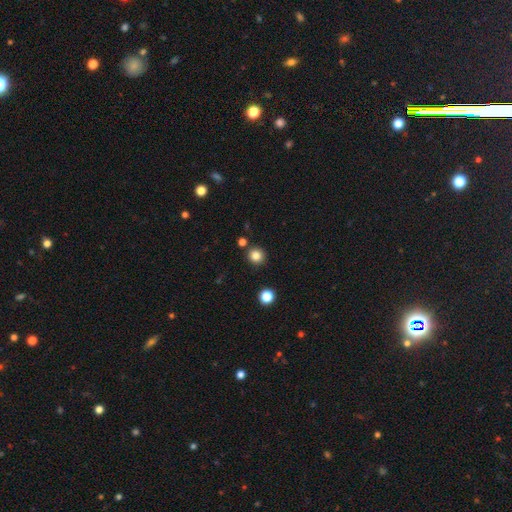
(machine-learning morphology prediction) Smooth or featured? Predicted: smooth (p=0.83). How rounded? Predicted: round (p=0.93). Merging? Predicted: none (p=0.87).